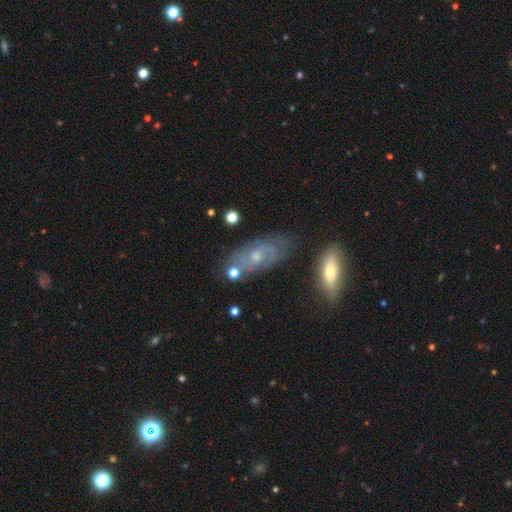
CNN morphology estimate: Smooth or featured? Predicted: featured or disk (p=0.52). Edge-on disk? Predicted: no (p=0.78). Merging? Predicted: none (p=0.69).